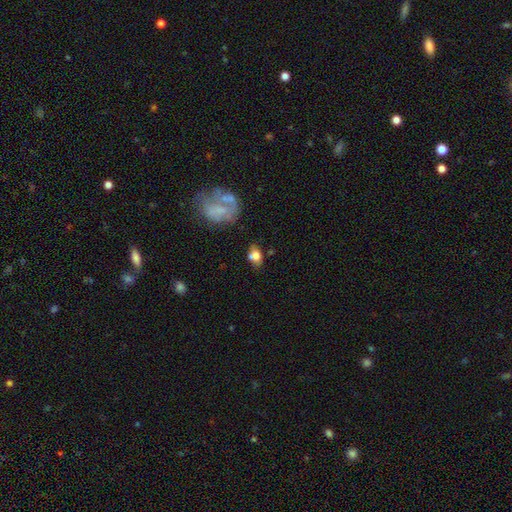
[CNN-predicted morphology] A smooth galaxy with no disk features (69%) that is in between round and cigar-shaped (73%).

Vote fractions:
- Smooth or featured? smooth: 69% / featured or disk: 21% / star or artifact: 10%
- How rounded? in between: 73% / round: 25% / cigar-shaped: 3%
- Merging? none: 51% / minor disturbance: 22% / merger: 17% / major disturbance: 10%